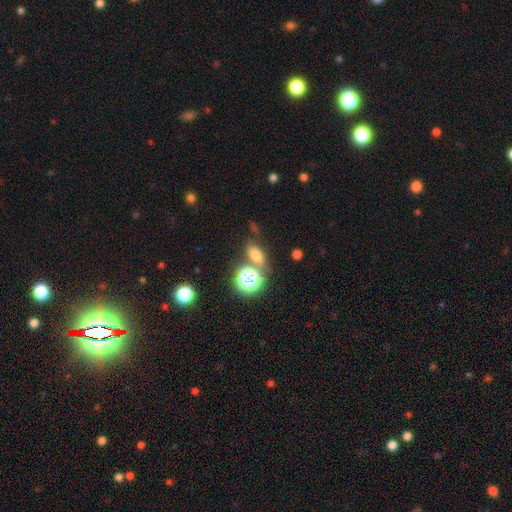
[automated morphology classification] Smooth or featured? Predicted: smooth (p=0.65). How rounded? Predicted: in between (p=0.70). Merging? Predicted: none (p=0.63).